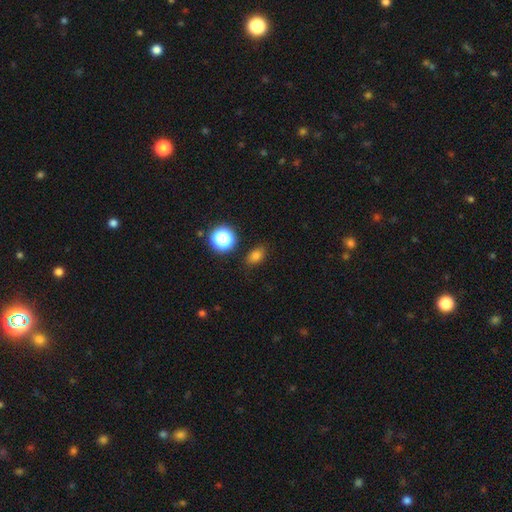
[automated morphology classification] Overall: smooth (76%). How rounded: in between (74%). Merging: none (85%).